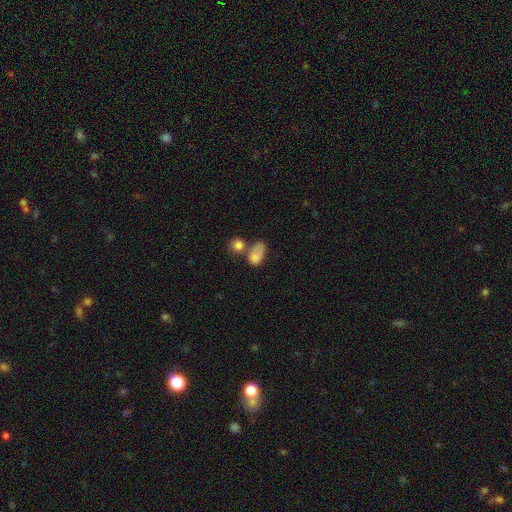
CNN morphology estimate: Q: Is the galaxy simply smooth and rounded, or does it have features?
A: smooth — 78%.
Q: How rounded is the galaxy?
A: in between — 78%.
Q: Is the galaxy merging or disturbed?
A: merger — 36%.